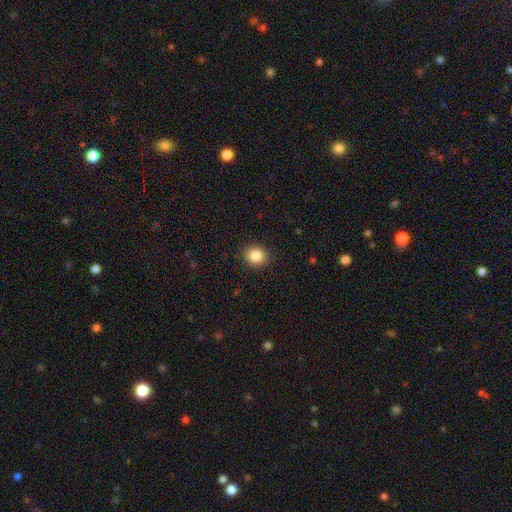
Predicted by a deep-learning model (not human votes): Smooth or featured? Predicted: smooth (p=0.86). How rounded? Predicted: round (p=0.80). Merging? Predicted: none (p=0.89).